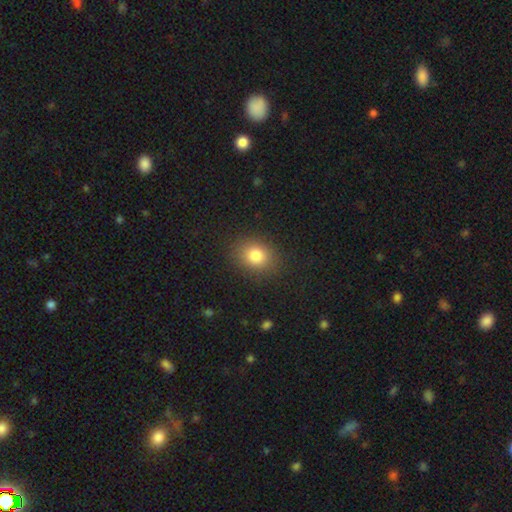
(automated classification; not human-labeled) Smooth or featured: smooth — 81% (star or artifact — 11%)
How rounded: round — 52% (in between — 47%)
Merging: none — 86% (minor disturbance — 9%)